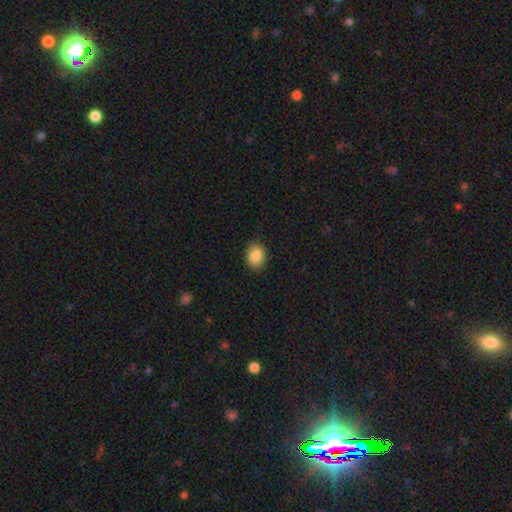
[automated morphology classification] This appears to be a smooth galaxy with no disk features (87%) that is in between round and cigar-shaped (58%). Merging: none (87%).